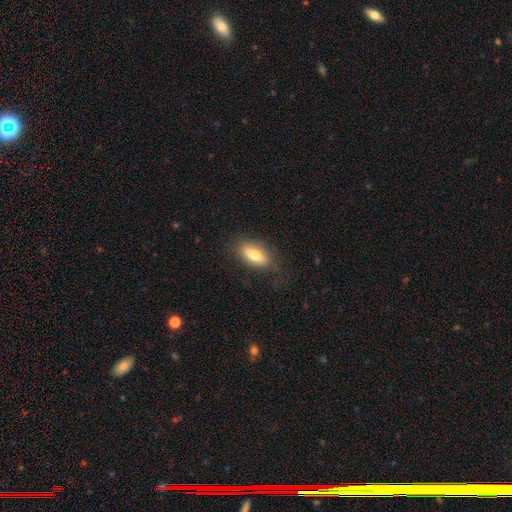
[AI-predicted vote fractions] smooth_or_featured: smooth (p=0.69) [alt: featured or disk p=0.24]
how_rounded: in between (p=0.72) [alt: cigar-shaped p=0.24]
merging: none (p=0.77) [alt: minor disturbance p=0.17]